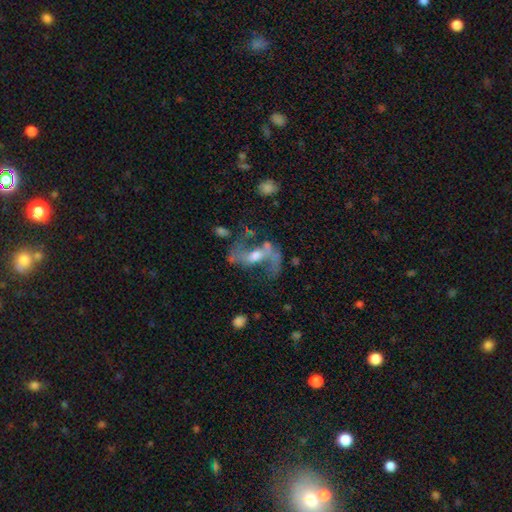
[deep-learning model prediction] Smooth or featured?
  - featured or disk: 81% *
  - smooth: 11%
  - star or artifact: 8%
Edge-on disk?
  - no: 93% *
  - yes: 7%
Bar?
  - weak: 38% *
  - strong: 32%
  - no: 29%
Spiral arms?
  - yes: 83% *
  - no: 17%
Spiral winding?
  - loose: 71% *
  - medium: 23%
  - tight: 5%
Spiral arm count?
  - 2: 88% *
  - can't tell: 5%
  - 1: 4%
  - 3: 1%
  - 4: 1%
  - more than 4: 1%
Bulge size?
  - moderate: 54% *
  - small: 29%
  - large: 10%
  - none: 6%
  - dominant: 2%
Merging?
  - none: 48% *
  - major disturbance: 25%
  - minor disturbance: 17%
  - merger: 10%